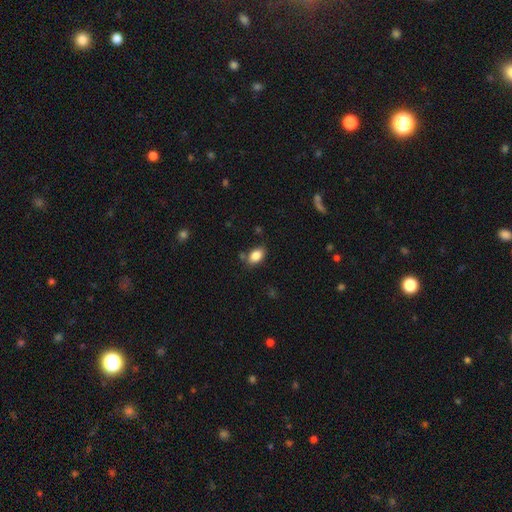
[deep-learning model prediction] Smooth or featured? Predicted: smooth (p=0.86). How rounded? Predicted: in between (p=0.87). Merging? Predicted: none (p=0.78).